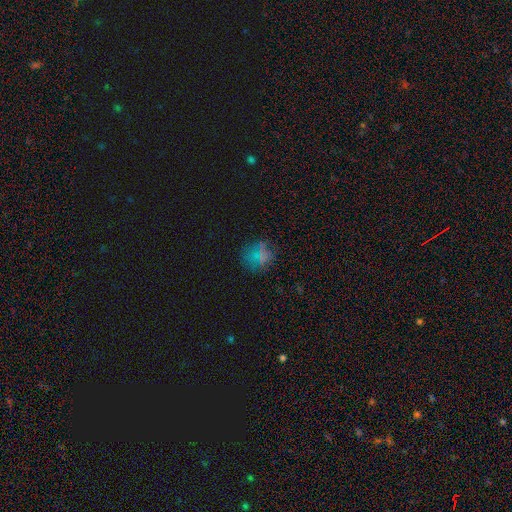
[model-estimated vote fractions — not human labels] A smooth galaxy with no disk features (57%) that is round (80%).

Vote fractions:
- Smooth or featured? smooth: 57% / star or artifact: 27% / featured or disk: 16%
- How rounded? round: 80% / in between: 19% / cigar-shaped: 2%
- Merging? none: 70% / minor disturbance: 16% / major disturbance: 11% / merger: 3%